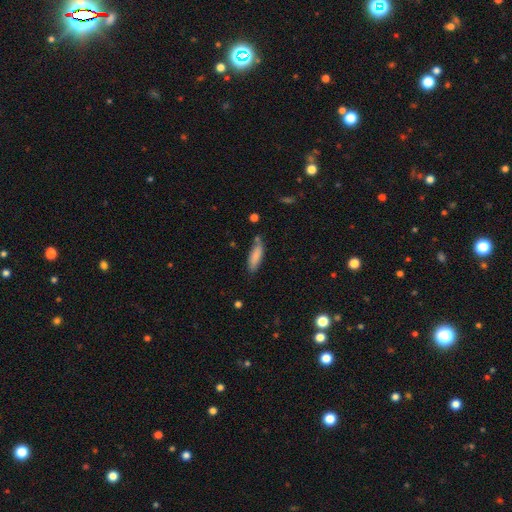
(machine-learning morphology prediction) This appears to be a smooth galaxy with no disk features (83%) that is cigar-shaped (52%). Merging: none (70%).